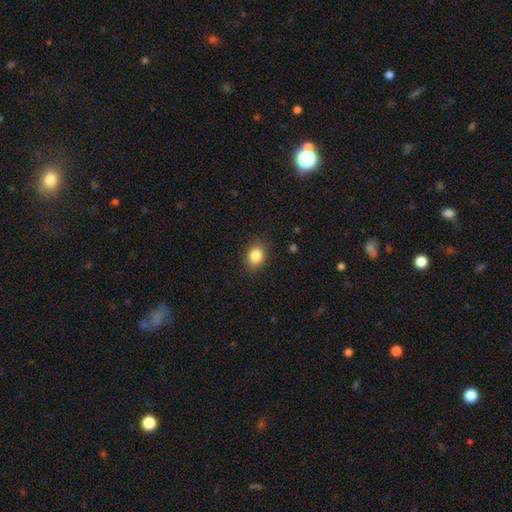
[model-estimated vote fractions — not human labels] A smooth galaxy with no disk features (85%) that is in between round and cigar-shaped (51%).

Vote fractions:
- Smooth or featured? smooth: 85% / star or artifact: 10% / featured or disk: 5%
- How rounded? in between: 51% / round: 48% / cigar-shaped: 1%
- Merging? none: 86% / minor disturbance: 10% / major disturbance: 3% / merger: 1%